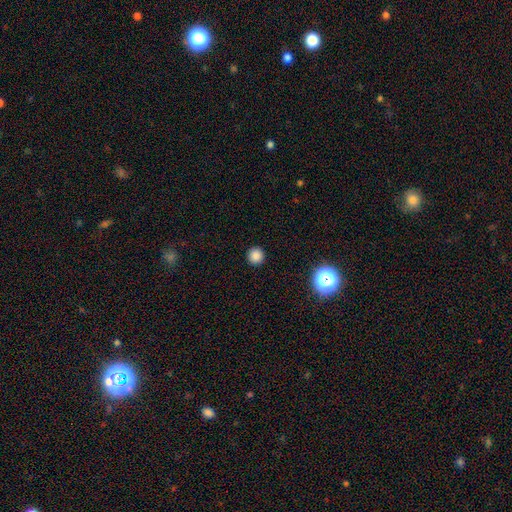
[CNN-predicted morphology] Smooth or featured? smooth (84%)
How rounded? round (95%)
Merging? none (93%)